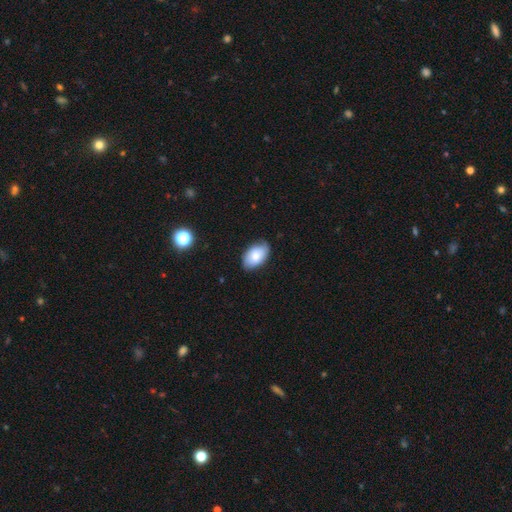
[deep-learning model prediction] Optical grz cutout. It shows a smooth galaxy with no disk features (81%) that is in between round and cigar-shaped (93%). Merging: none (80%).